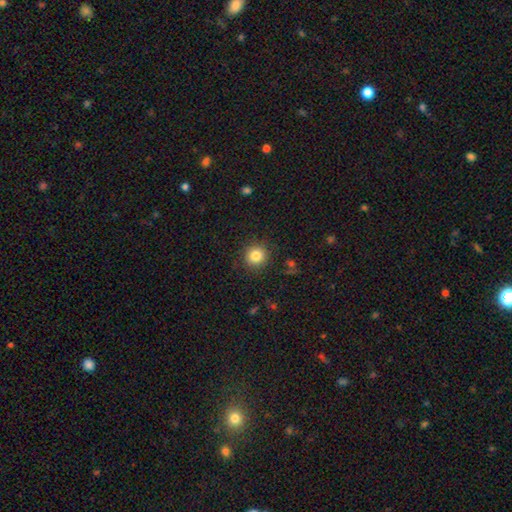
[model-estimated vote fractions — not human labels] Smooth or featured? smooth (83%)
How rounded? round (93%)
Merging? none (89%)